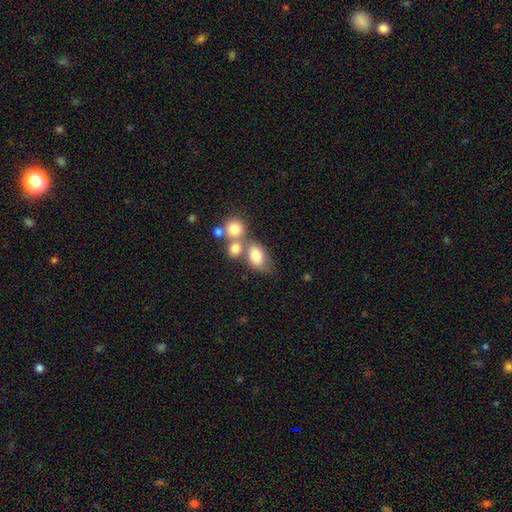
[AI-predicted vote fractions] smooth_or_featured: smooth (p=0.77) [alt: featured or disk p=0.14]
how_rounded: in between (p=0.74) [alt: round p=0.25]
merging: merger (p=0.41) [alt: none p=0.40]